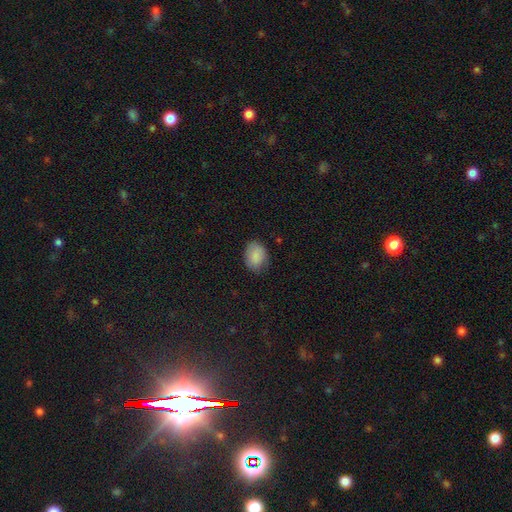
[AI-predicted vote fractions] Smooth or featured? smooth (87%)
How rounded? in between (70%)
Merging? none (78%)